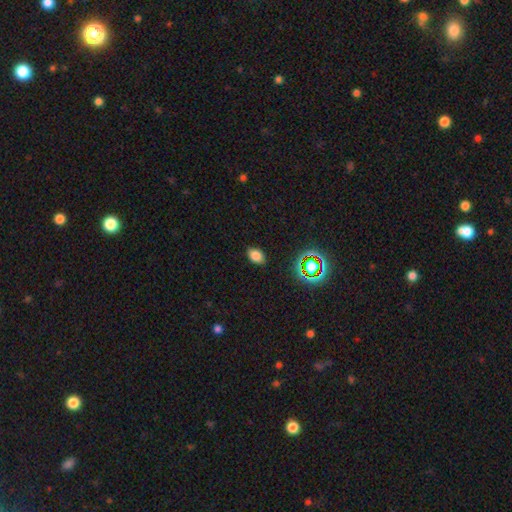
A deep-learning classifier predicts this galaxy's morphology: A smooth galaxy with no disk features (78%) that is in between round and cigar-shaped (85%).

Vote fractions:
- Smooth or featured? smooth: 78% / star or artifact: 16% / featured or disk: 6%
- How rounded? in between: 85% / round: 14% / cigar-shaped: 1%
- Merging? none: 86% / minor disturbance: 10% / major disturbance: 2% / merger: 1%